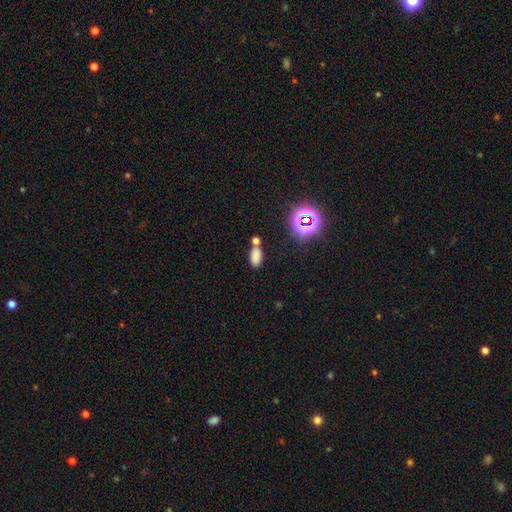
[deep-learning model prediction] Smooth or featured? smooth (75%)
How rounded? in between (91%)
Merging? none (62%)